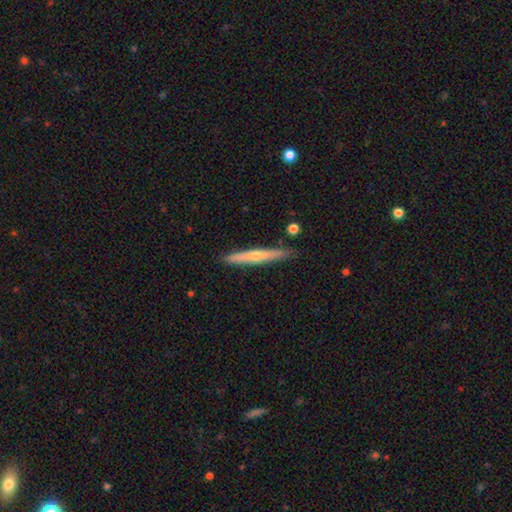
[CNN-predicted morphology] featured or disk 53%, smooth 41%, star or artifact 6%. Down the decision tree: edge-on disk — yes (96%); edge-on bulge — rounded (72%); merging — none (87%).